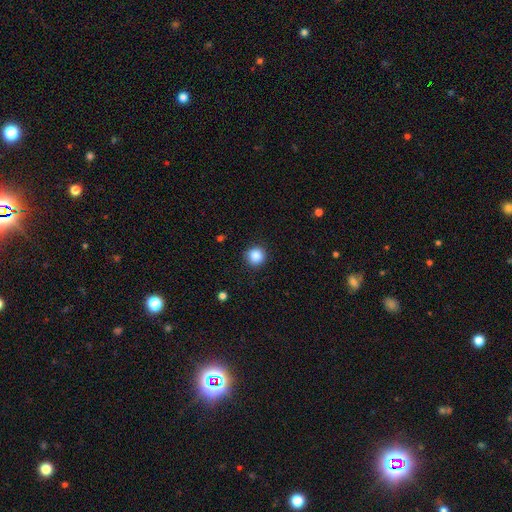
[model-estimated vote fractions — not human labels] A smooth galaxy with no disk features (87%) that is round (94%). Merging: none (90%).